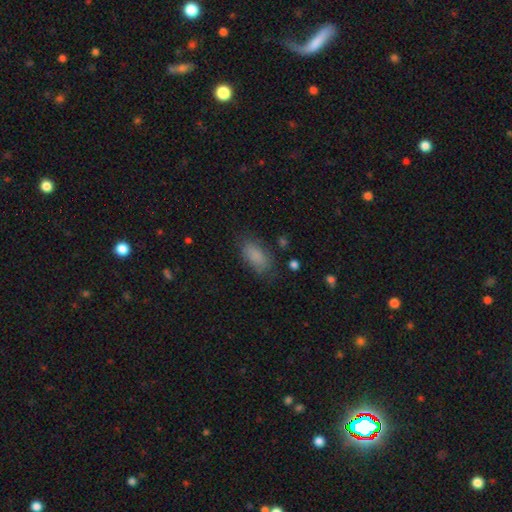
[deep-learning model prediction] Q: Smooth or featured?
A: smooth (85%); runner-up: star or artifact (8%)
Q: How rounded?
A: in between (89%); runner-up: cigar-shaped (7%)
Q: Merging?
A: none (75%); runner-up: minor disturbance (17%)